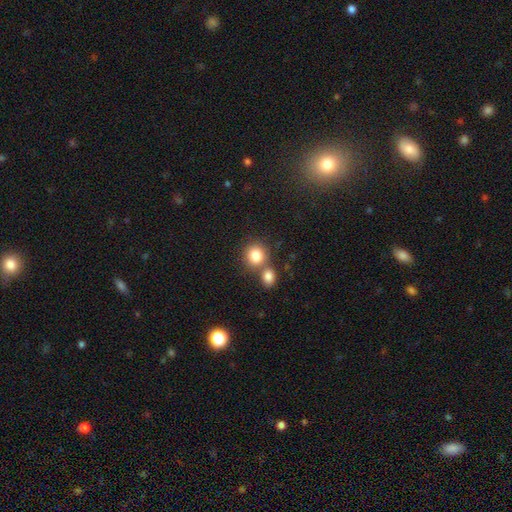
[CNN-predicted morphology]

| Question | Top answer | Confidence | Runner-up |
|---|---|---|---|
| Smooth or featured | smooth | 82% | star or artifact (10%) |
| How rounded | round | 83% | in between (16%) |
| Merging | none | 54% | merger (35%) |